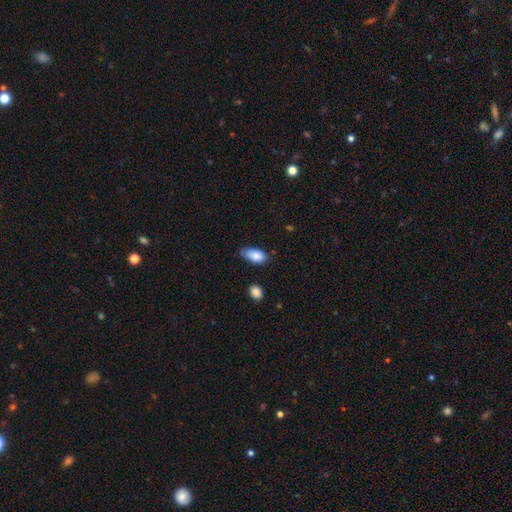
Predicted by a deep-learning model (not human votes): Smooth or featured? Predicted: smooth (p=0.86). How rounded? Predicted: in between (p=0.92). Merging? Predicted: none (p=0.59).